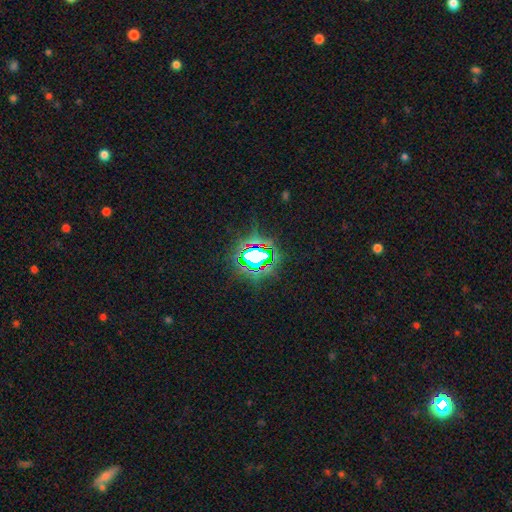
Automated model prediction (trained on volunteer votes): Overall: star or artifact (72%).